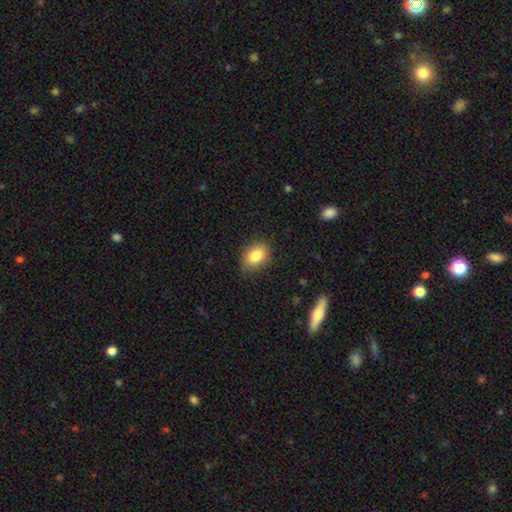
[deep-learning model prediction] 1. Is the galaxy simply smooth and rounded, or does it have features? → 85% smooth, 8% star or artifact, 7% featured or disk.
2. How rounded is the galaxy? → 80% in between, 18% round, 2% cigar-shaped.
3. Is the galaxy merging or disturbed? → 85% none, 11% minor disturbance, 3% major disturbance, 1% merger.